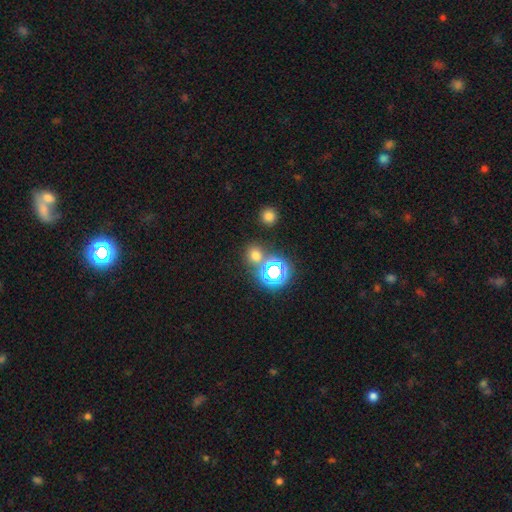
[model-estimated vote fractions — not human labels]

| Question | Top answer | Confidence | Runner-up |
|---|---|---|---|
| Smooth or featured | smooth | 60% | star or artifact (34%) |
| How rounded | round | 85% | in between (14%) |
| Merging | none | 75% | merger (15%) |